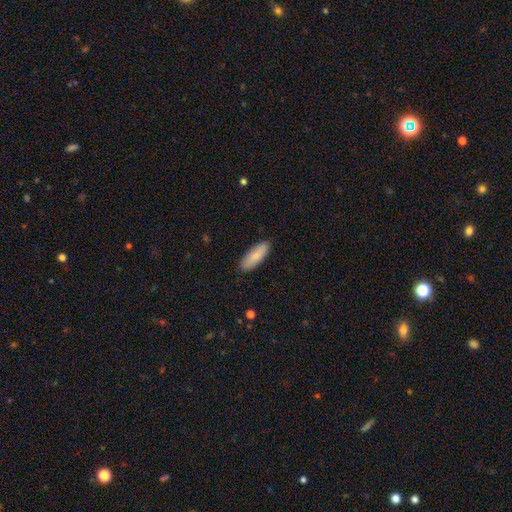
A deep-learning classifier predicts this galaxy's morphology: This is clearly a smooth galaxy (85%). How rounded: likely in between (63%). Merging: clearly none (89%).